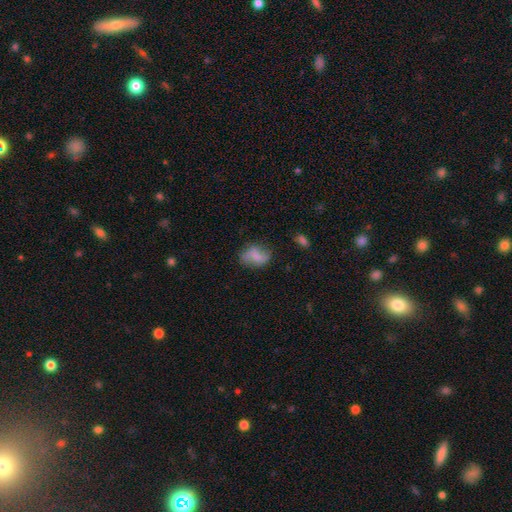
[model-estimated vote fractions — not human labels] This appears to be a smooth galaxy with no disk features (51%) that is in between round and cigar-shaped (71%). Merging: none (64%).